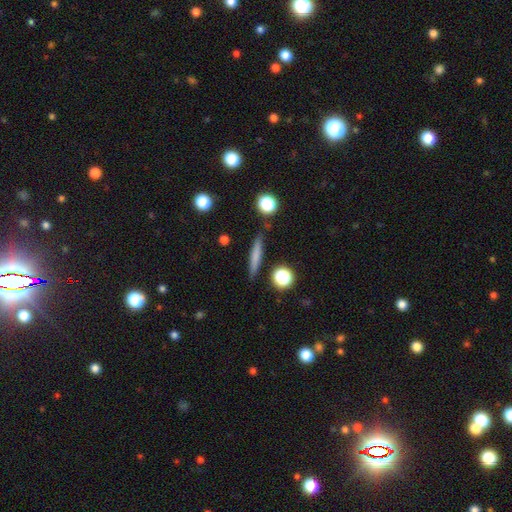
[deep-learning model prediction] Q: Smooth or featured?
A: smooth (66%); runner-up: featured or disk (25%)
Q: How rounded?
A: cigar-shaped (90%); runner-up: in between (7%)
Q: Merging?
A: none (86%); runner-up: minor disturbance (9%)